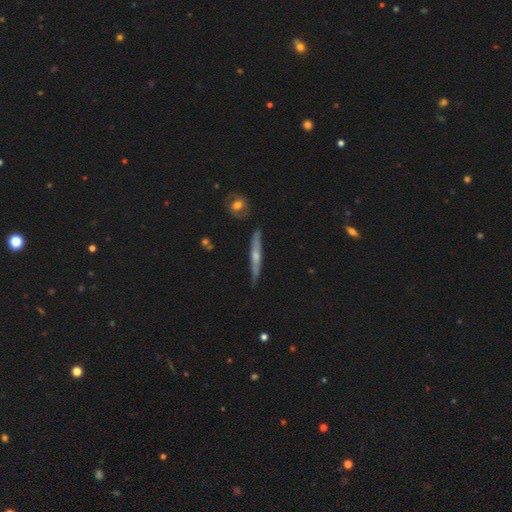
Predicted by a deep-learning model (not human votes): Smooth or featured: featured or disk — 59% (smooth — 35%)
Edge-on disk: yes — 92% (no — 8%)
Edge-on bulge: rounded — 65% (none — 29%)
Merging: none — 81% (minor disturbance — 14%)